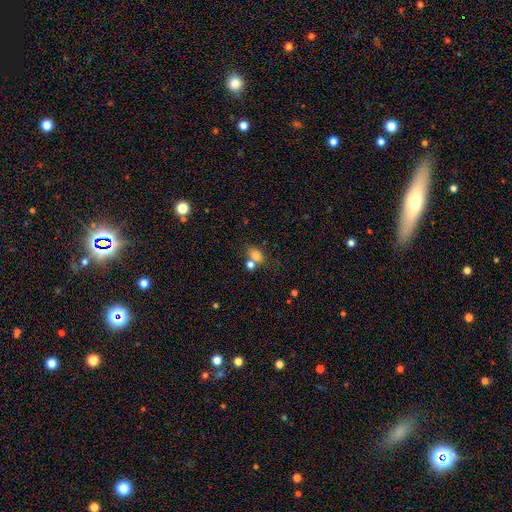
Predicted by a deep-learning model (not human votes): This appears to be a smooth galaxy with no disk features (79%) that is in between round and cigar-shaped (75%). Merging: none (48%).